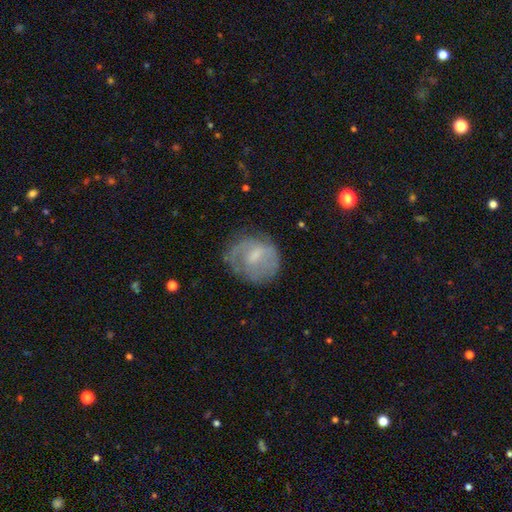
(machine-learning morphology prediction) type=featured or disk (49%); merging=none (56%).